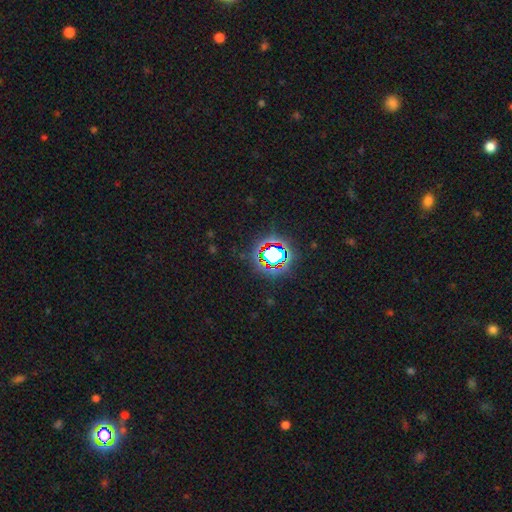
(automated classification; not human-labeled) This appears to be a star or artifact, not a galaxy (81%).